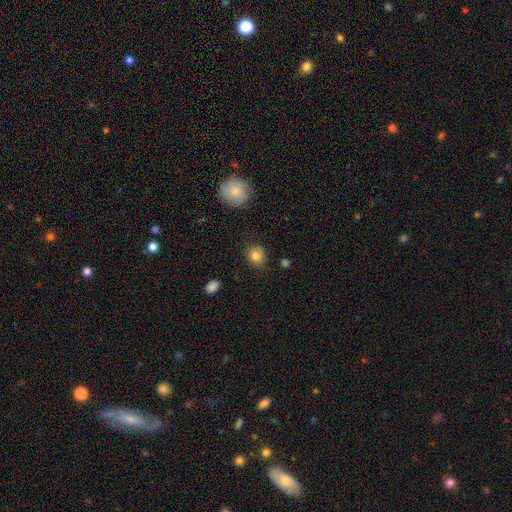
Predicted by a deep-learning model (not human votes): A smooth galaxy with no disk features (83%) that is round (79%).

Vote fractions:
- Smooth or featured? smooth: 83% / star or artifact: 10% / featured or disk: 7%
- How rounded? round: 79% / in between: 20% / cigar-shaped: 1%
- Merging? none: 83% / minor disturbance: 12% / major disturbance: 3% / merger: 2%